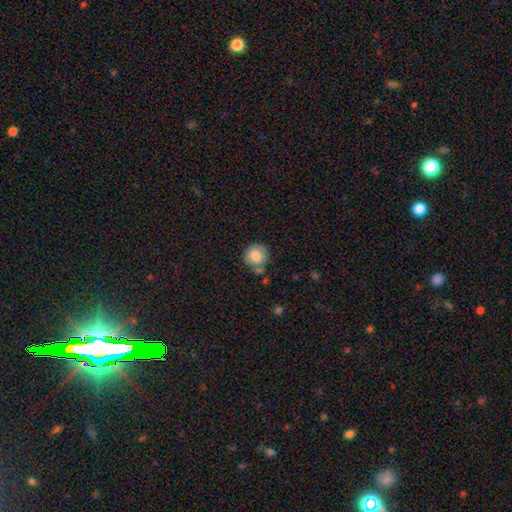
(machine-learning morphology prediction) Smooth or featured? smooth (80%)
How rounded? round (89%)
Merging? none (68%)